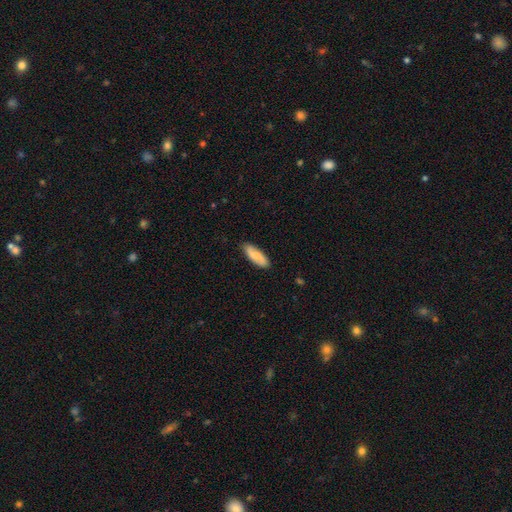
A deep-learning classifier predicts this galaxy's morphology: Smooth or featured? smooth (65%)
How rounded? in between (68%)
Merging? none (85%)